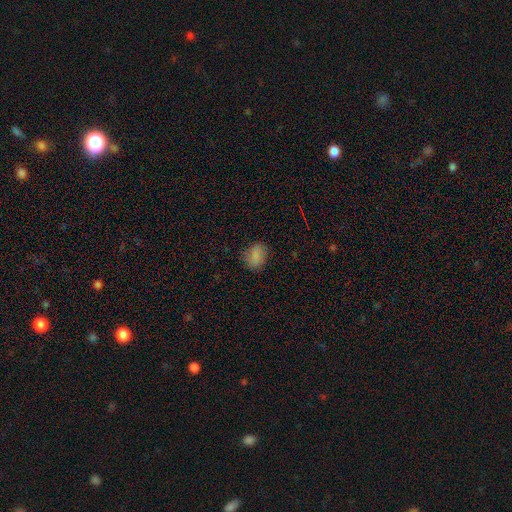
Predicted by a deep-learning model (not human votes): This appears to be a smooth galaxy with no disk features (82%) that is in between round and cigar-shaped (59%). Merging: none (80%).